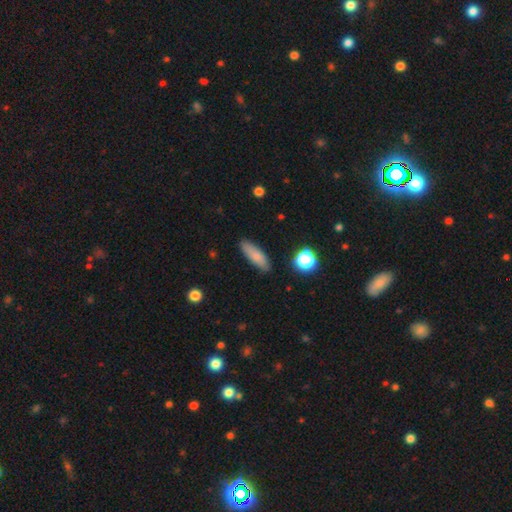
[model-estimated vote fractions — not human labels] A smooth galaxy with no disk features (79%) that is in between round and cigar-shaped (53%).

Vote fractions:
- Smooth or featured? smooth: 79% / featured or disk: 13% / star or artifact: 8%
- How rounded? in between: 53% / cigar-shaped: 44% / round: 3%
- Merging? none: 86% / minor disturbance: 10% / major disturbance: 2% / merger: 2%